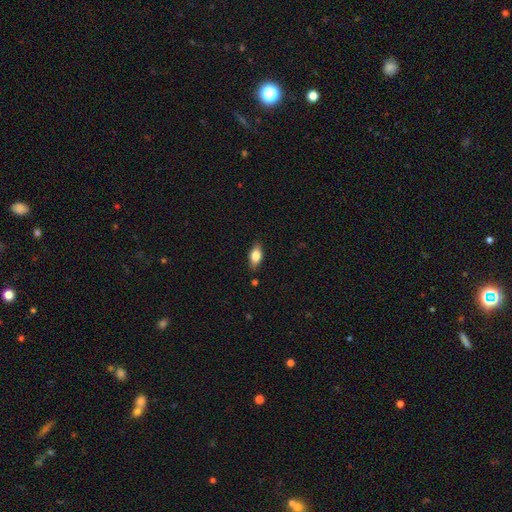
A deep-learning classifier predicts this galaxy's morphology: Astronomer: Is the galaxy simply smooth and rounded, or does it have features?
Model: smooth — 76%.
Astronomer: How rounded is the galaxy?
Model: in between — 86%.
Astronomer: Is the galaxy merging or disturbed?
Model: none — 84%.